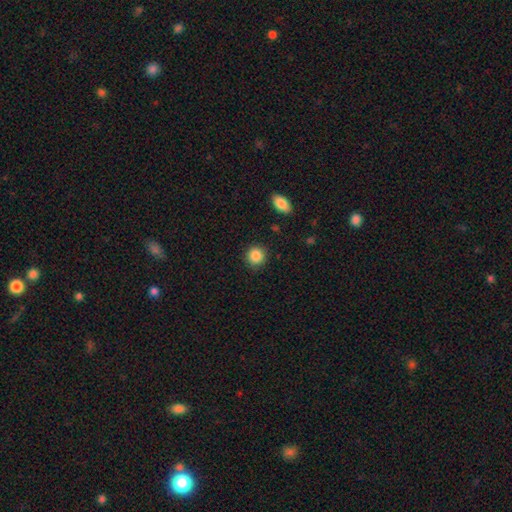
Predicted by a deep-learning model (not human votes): Smooth or featured?
  - smooth: 87% *
  - star or artifact: 9%
  - featured or disk: 4%
How rounded?
  - round: 89% *
  - in between: 10%
  - cigar-shaped: 1%
Merging?
  - none: 89% *
  - minor disturbance: 7%
  - major disturbance: 2%
  - merger: 2%